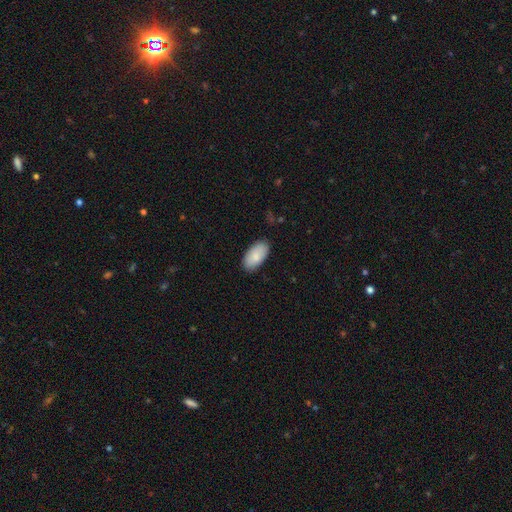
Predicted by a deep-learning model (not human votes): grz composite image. It shows a smooth galaxy with no disk features (86%) that is in between round and cigar-shaped (95%). Merging: none (86%).